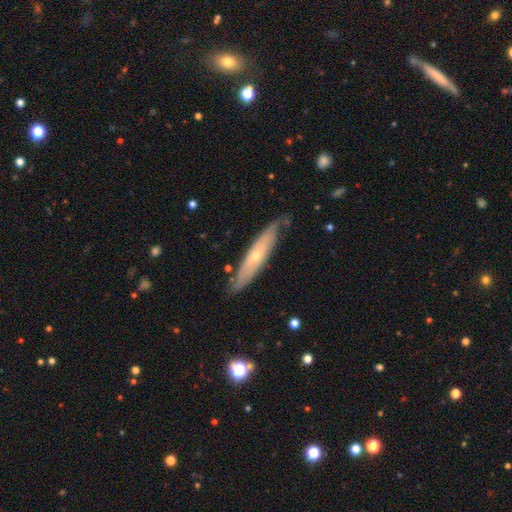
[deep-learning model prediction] smooth_or_featured: featured or disk (p=0.57) [alt: smooth p=0.37]
disk_edge_on: yes (p=0.61) [alt: no p=0.39]
merging: none (p=0.75) [alt: minor disturbance p=0.20]